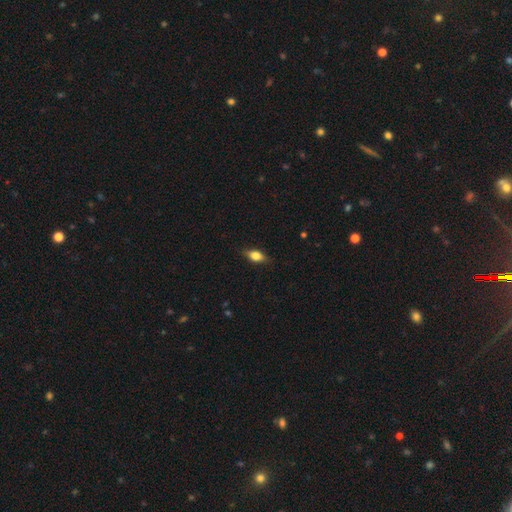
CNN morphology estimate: Smooth or featured: smooth — 72% (featured or disk — 20%)
How rounded: in between — 79% (cigar-shaped — 13%)
Merging: none — 83% (minor disturbance — 13%)